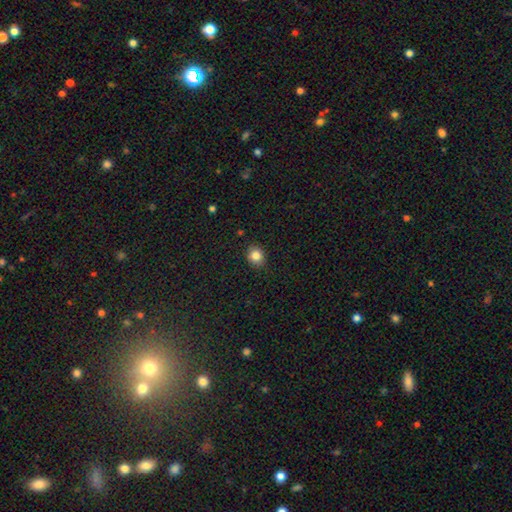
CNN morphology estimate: This appears to be a smooth galaxy with no disk features (84%) that is round (65%). Merging: none (89%).